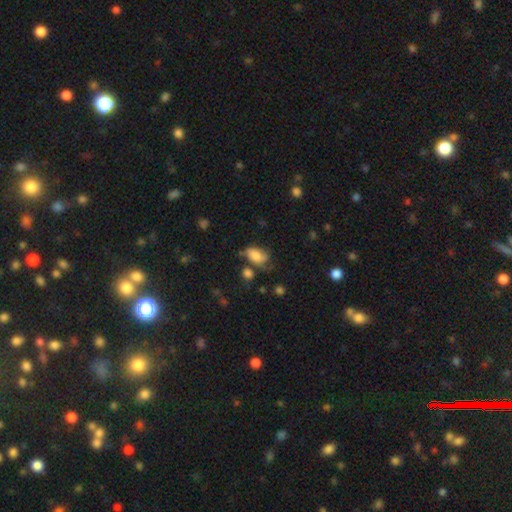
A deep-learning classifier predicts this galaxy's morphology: type=smooth (66%); roundness=in between (88%); merging=none (39%).